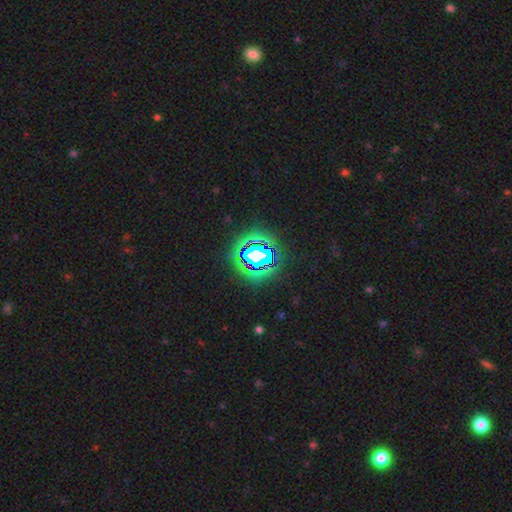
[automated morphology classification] Smooth or featured? Predicted: star or artifact (p=0.71).